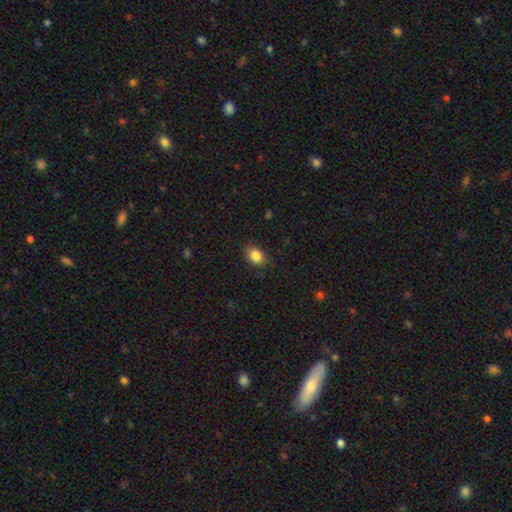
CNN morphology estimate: Smooth or featured? Predicted: smooth (p=0.86). How rounded? Predicted: in between (p=0.66). Merging? Predicted: none (p=0.86).